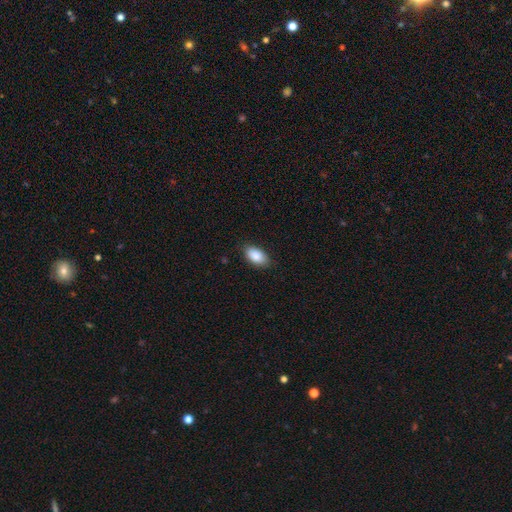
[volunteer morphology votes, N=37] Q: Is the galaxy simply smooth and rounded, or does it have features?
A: smooth — 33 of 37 (89%).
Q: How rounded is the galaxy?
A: in between — 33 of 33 (100%).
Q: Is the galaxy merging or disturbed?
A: none — 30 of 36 (83%).